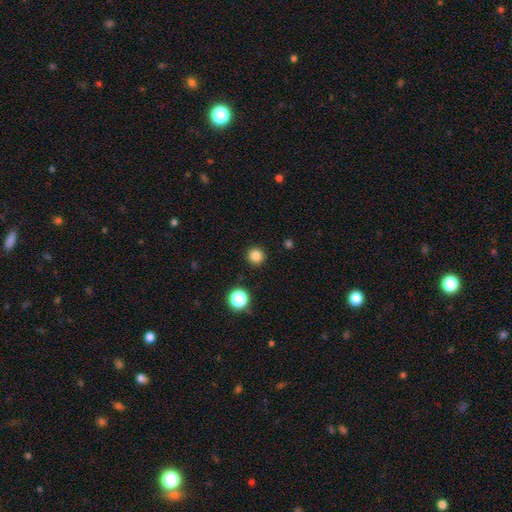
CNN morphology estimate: smooth_or_featured: smooth (p=0.83) [alt: star or artifact p=0.13]
how_rounded: round (p=0.94) [alt: in between p=0.05]
merging: none (p=0.92) [alt: minor disturbance p=0.05]